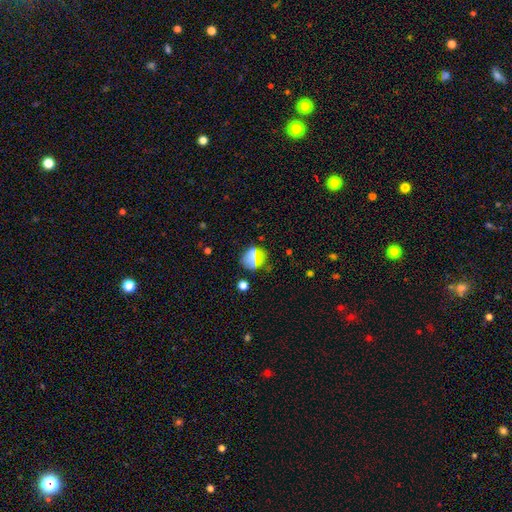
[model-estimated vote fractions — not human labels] Morphology: type=smooth (65%); roundness=round (79%); merging=none (82%).